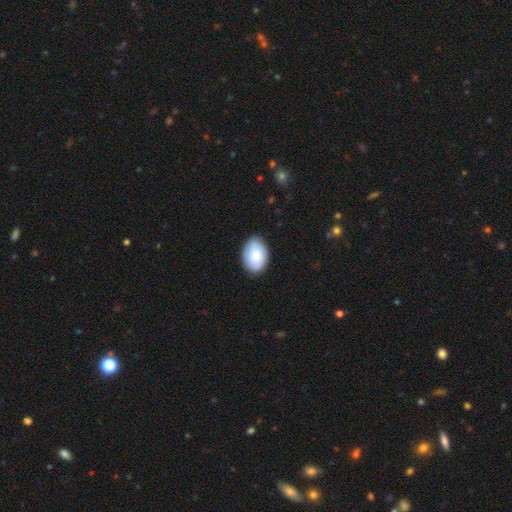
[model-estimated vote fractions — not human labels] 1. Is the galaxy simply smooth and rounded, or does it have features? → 74% smooth, 19% featured or disk, 6% star or artifact.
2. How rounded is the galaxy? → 82% in between, 17% round, 1% cigar-shaped.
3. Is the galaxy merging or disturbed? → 80% none, 16% minor disturbance, 3% major disturbance, 1% merger.